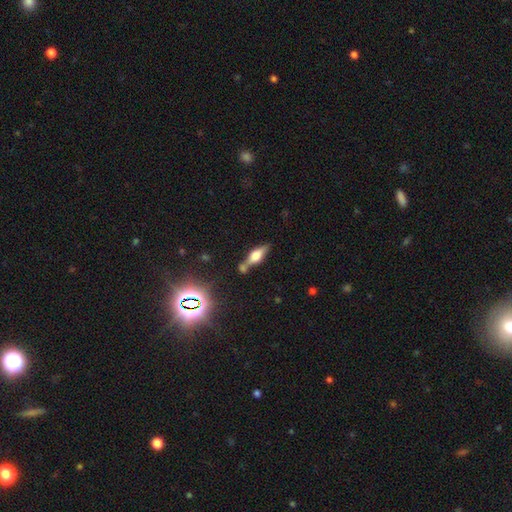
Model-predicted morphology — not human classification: smooth 45%, featured or disk 43%, star or artifact 12%. Down the decision tree: merging — none (56%).